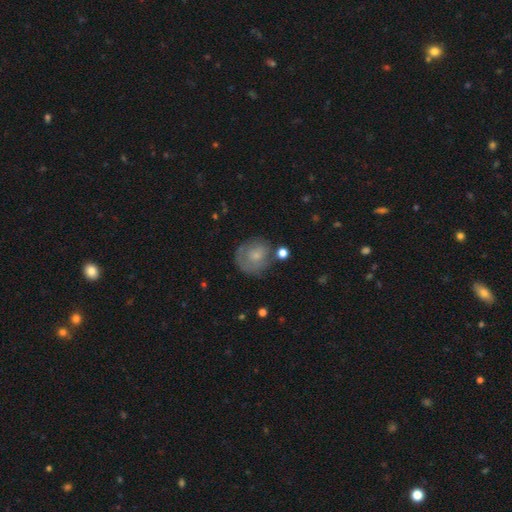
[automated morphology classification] A smooth galaxy with no disk features (56%) that is round (77%).

Vote fractions:
- Smooth or featured? smooth: 56% / featured or disk: 35% / star or artifact: 9%
- How rounded? round: 77% / in between: 22% / cigar-shaped: 1%
- Merging? none: 58% / minor disturbance: 23% / major disturbance: 13% / merger: 5%